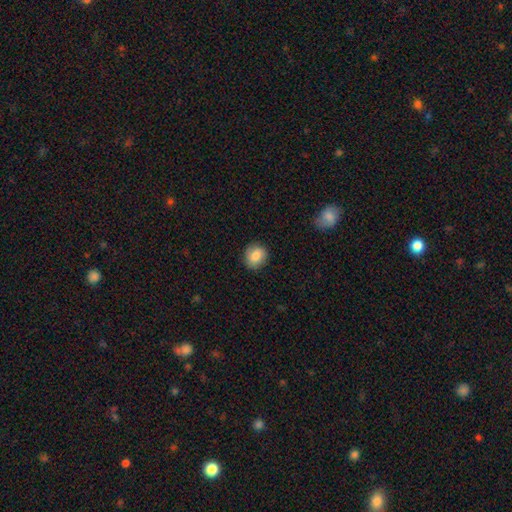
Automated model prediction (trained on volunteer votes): smooth 82%, featured or disk 10%, star or artifact 8%. Down the decision tree: how rounded — round (78%); merging — none (87%).